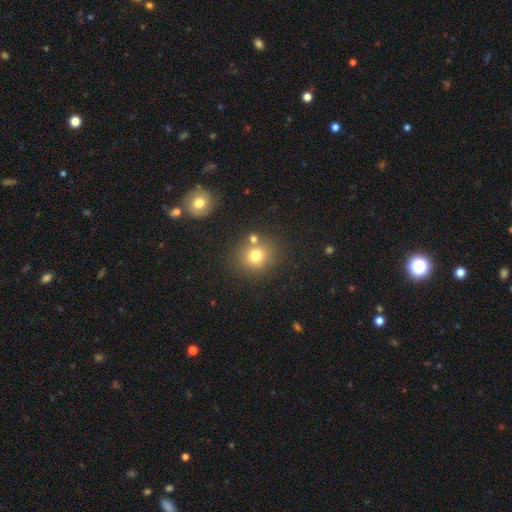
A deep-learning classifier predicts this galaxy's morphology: Smooth or featured: smooth — 75% (star or artifact — 14%)
How rounded: round — 86% (in between — 13%)
Merging: none — 72% (merger — 15%)